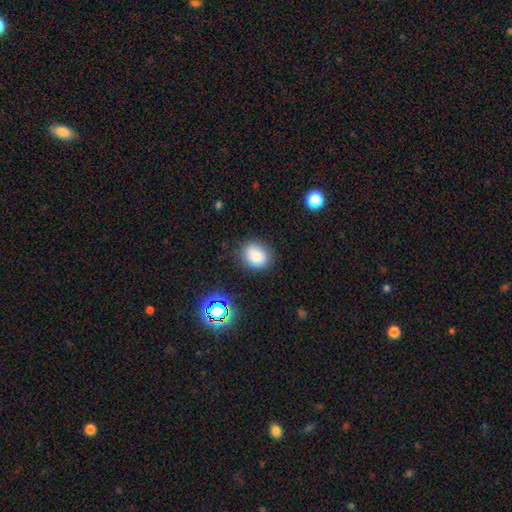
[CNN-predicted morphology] Smooth or featured? Predicted: smooth (p=0.82). How rounded? Predicted: round (p=0.54). Merging? Predicted: none (p=0.84).